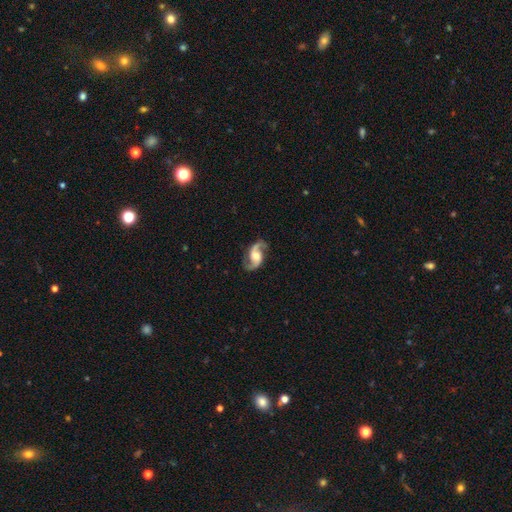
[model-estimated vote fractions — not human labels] featured or disk 91%, smooth 5%, star or artifact 4%. Down the decision tree: edge-on disk — no (97%); bar — no (44%); spiral arms — yes (97%); spiral arm count — 2 (94%); spiral winding — loose (51%); bulge size — moderate (58%); merging — none (82%).